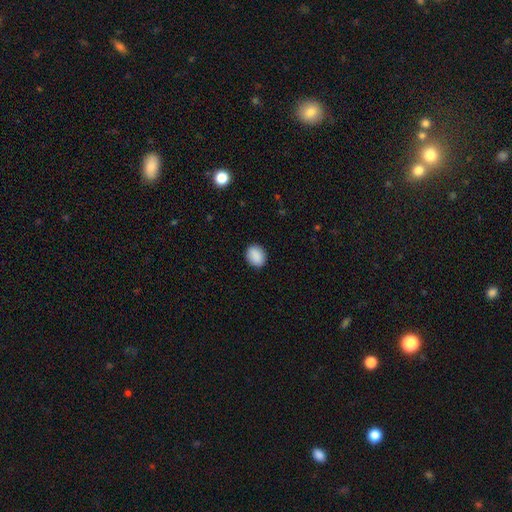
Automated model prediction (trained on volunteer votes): Smooth or featured? Predicted: smooth (p=0.90). How rounded? Predicted: in between (p=0.57). Merging? Predicted: none (p=0.89).